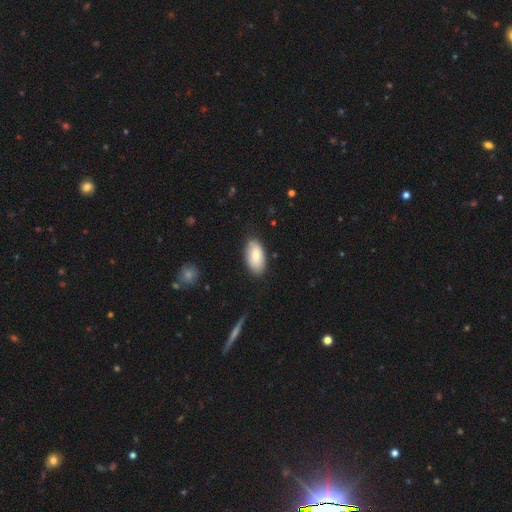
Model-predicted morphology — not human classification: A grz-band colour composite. It shows a smooth galaxy with no disk features (78%) that is in between round and cigar-shaped (95%). Merging: none (81%).